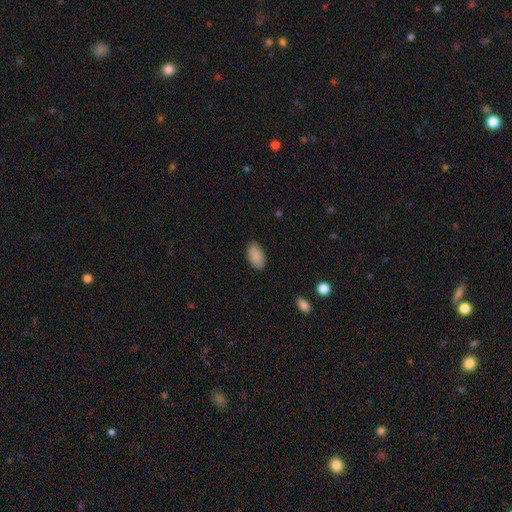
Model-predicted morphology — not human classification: smooth-or-featured: smooth: 89% | star or artifact: 7% | featured or disk: 4%
  how-rounded: in between: 94% | round: 4% | cigar-shaped: 2%
  merging: none: 85% | minor disturbance: 11% | major disturbance: 3% | merger: 1%